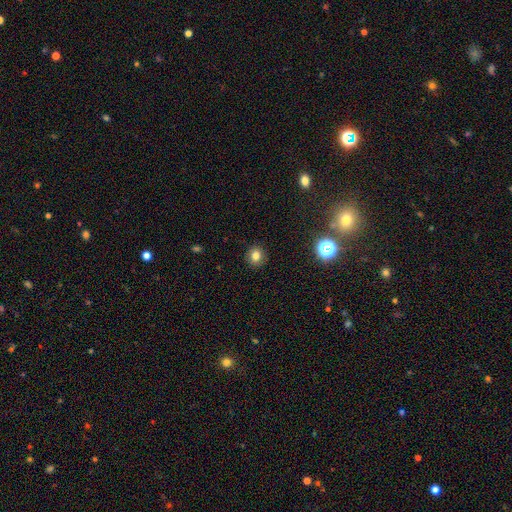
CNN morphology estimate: smooth 79%, star or artifact 14%, featured or disk 7%. Down the decision tree: how rounded — round (84%); merging — none (91%).